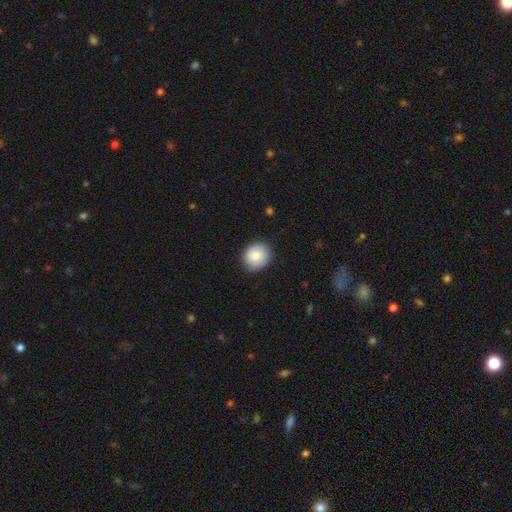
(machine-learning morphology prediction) Overall: smooth (83%). How rounded: round (75%). Merging: none (86%).